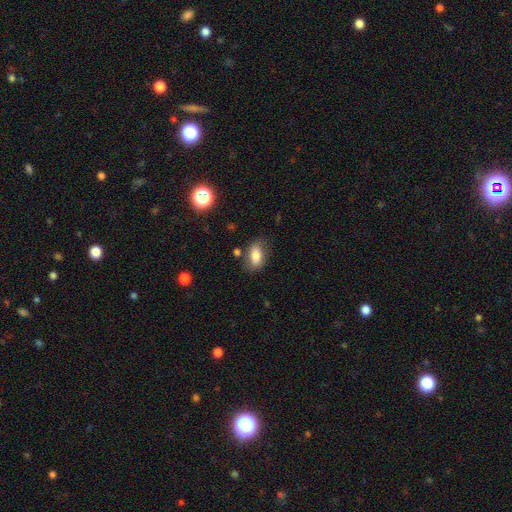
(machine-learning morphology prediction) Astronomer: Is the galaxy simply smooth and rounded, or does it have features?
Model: smooth — 80%.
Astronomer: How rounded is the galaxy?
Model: in between — 87%.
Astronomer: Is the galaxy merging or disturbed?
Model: none — 72%.